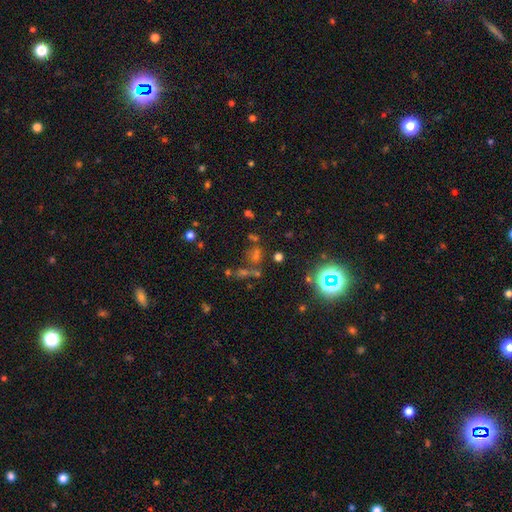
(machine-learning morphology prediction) This is possibly a star or artifact rather than a galaxy (57%).